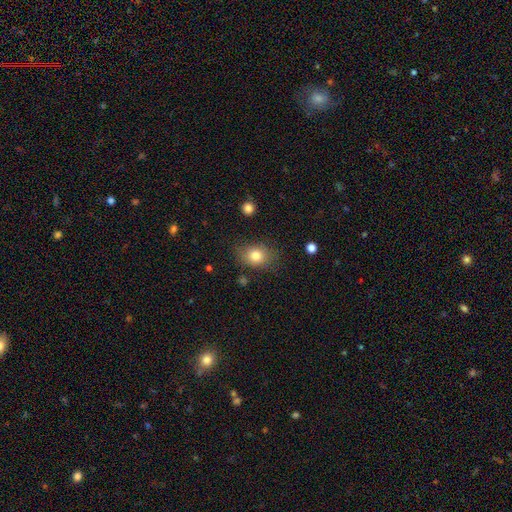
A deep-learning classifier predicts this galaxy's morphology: The model was most divided on "how rounded": in between: 57%, round: 42%, cigar-shaped: 1%. More confident: smooth or featured — smooth (80%); merging — none (78%).